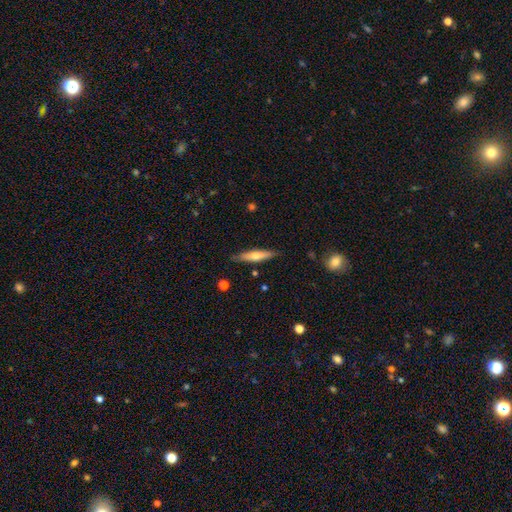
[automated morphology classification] Smooth or featured: smooth — 52% (featured or disk — 42%)
How rounded: cigar-shaped — 84% (in between — 14%)
Merging: none — 86% (minor disturbance — 10%)